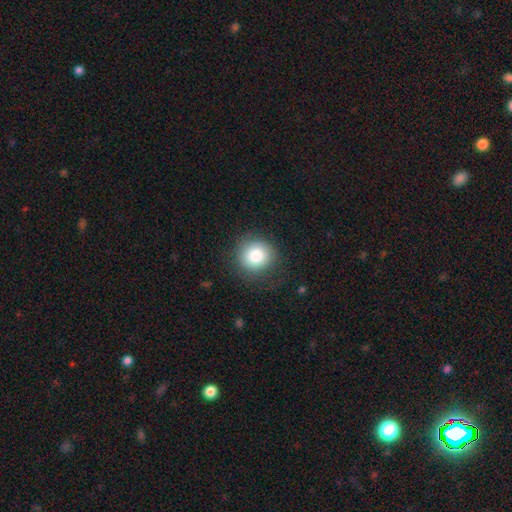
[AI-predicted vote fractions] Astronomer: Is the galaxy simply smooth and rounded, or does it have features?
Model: smooth — 81%.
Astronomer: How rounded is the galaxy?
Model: round — 91%.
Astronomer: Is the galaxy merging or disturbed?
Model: none — 82%.